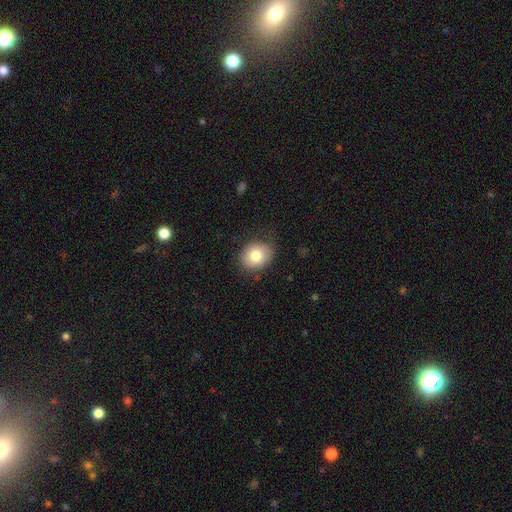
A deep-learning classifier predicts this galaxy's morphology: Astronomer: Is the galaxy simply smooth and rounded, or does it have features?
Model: smooth — 80%.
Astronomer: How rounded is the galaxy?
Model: round — 56% (runner-up: in between, 43%).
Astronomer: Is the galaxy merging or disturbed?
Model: none — 80%.